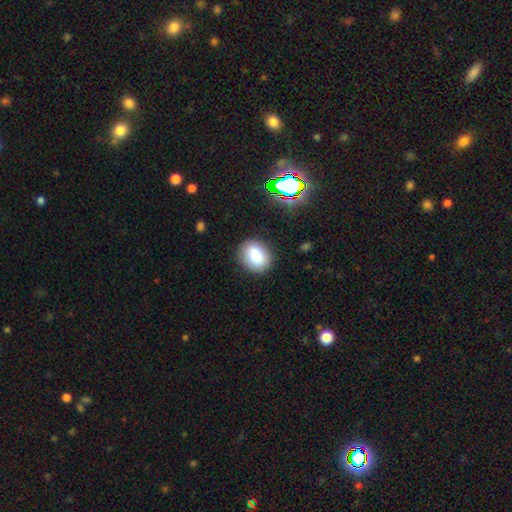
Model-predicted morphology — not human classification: Overall: smooth (82%). How rounded: in between (58%; round 41%). Merging: none (85%).